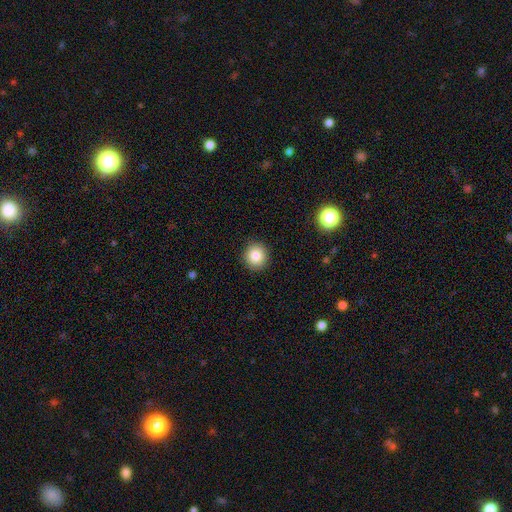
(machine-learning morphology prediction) type=smooth (84%); roundness=round (92%); merging=none (91%).